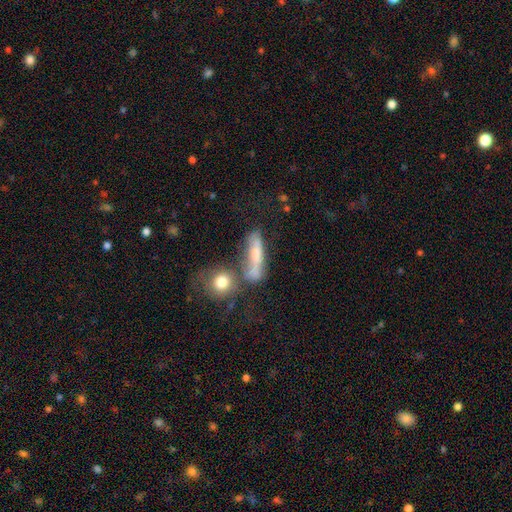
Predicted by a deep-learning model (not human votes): Smooth or featured?
  - smooth: 57% *
  - featured or disk: 33%
  - star or artifact: 10%
How rounded?
  - cigar-shaped: 64% *
  - in between: 28%
  - round: 8%
Merging?
  - none: 42% *
  - merger: 30%
  - minor disturbance: 17%
  - major disturbance: 11%